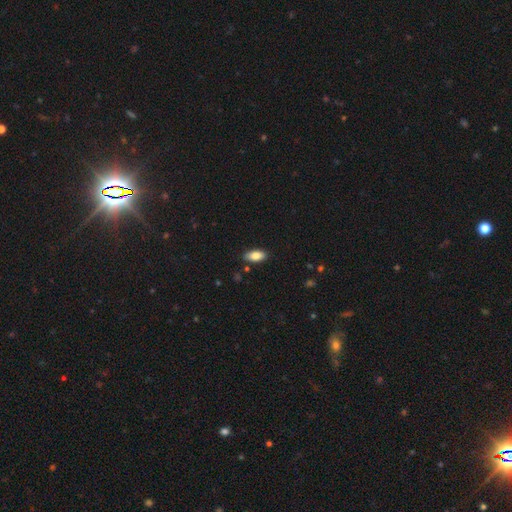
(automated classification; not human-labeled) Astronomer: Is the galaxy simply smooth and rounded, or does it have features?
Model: smooth — 85%.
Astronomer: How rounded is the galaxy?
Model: in between — 91%.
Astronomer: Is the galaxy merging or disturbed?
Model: none — 85%.